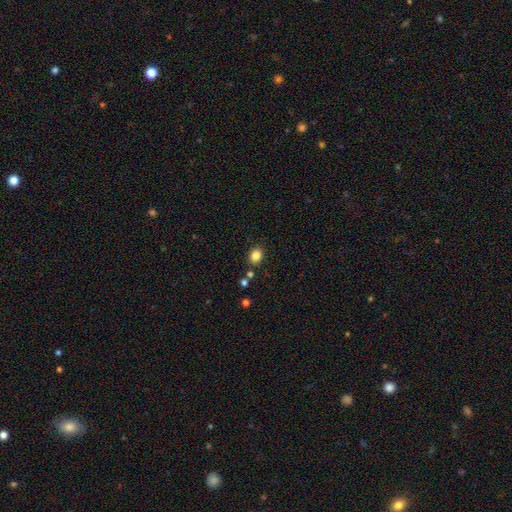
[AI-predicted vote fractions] A smooth galaxy with no disk features (84%) that is round (52%).

Vote fractions:
- Smooth or featured? smooth: 84% / star or artifact: 11% / featured or disk: 5%
- How rounded? round: 52% / in between: 47% / cigar-shaped: 1%
- Merging? none: 83% / minor disturbance: 9% / merger: 5% / major disturbance: 2%